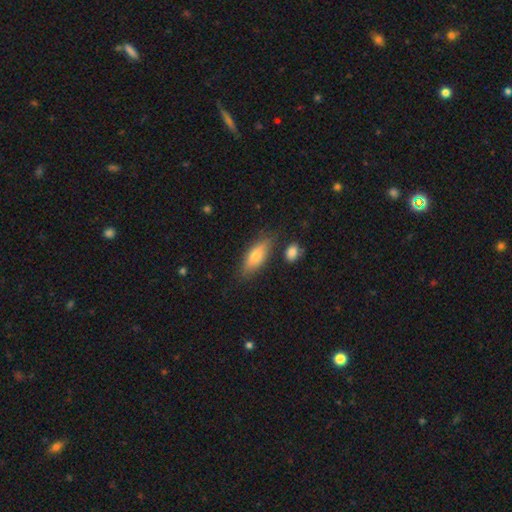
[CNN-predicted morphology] Smooth or featured? smooth (70%)
How rounded? in between (62%)
Merging? none (78%)